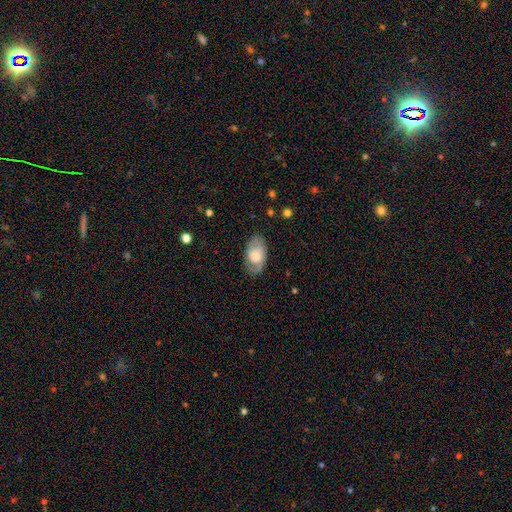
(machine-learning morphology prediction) The model was most divided on "smooth or featured": smooth: 51%, featured or disk: 43%, star or artifact: 7%. More confident: how rounded — in between (91%); merging — none (72%).